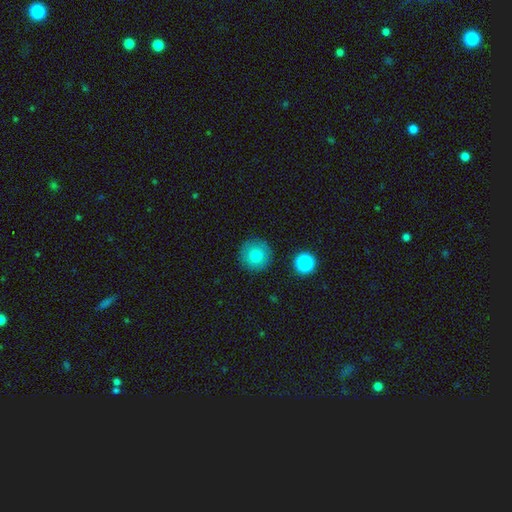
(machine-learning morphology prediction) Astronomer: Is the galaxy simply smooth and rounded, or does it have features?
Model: smooth — 82%.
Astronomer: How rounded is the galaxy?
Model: round — 95%.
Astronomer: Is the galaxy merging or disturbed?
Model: none — 88%.